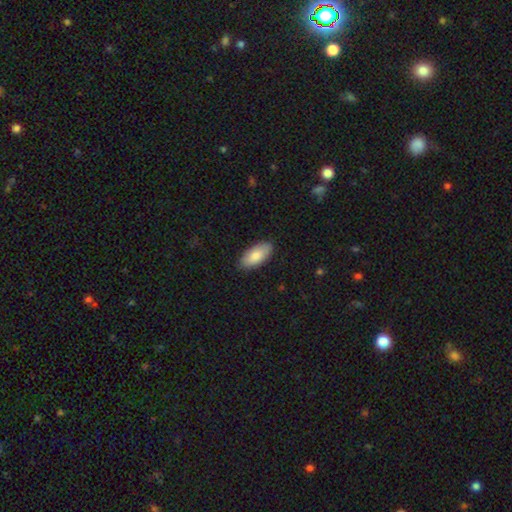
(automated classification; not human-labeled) The model was most divided on "smooth or featured": smooth: 85%, featured or disk: 10%, star or artifact: 5%. More confident: how rounded — in between (92%); merging — none (87%).